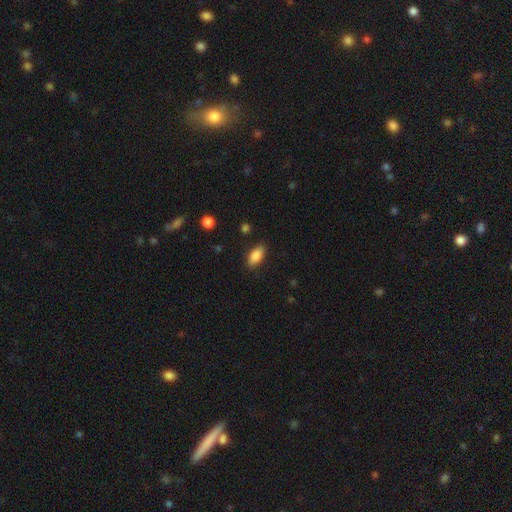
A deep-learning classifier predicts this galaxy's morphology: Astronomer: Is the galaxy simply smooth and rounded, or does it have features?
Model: smooth — 87%.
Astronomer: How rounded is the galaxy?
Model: in between — 90%.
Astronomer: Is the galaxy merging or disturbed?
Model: none — 85%.